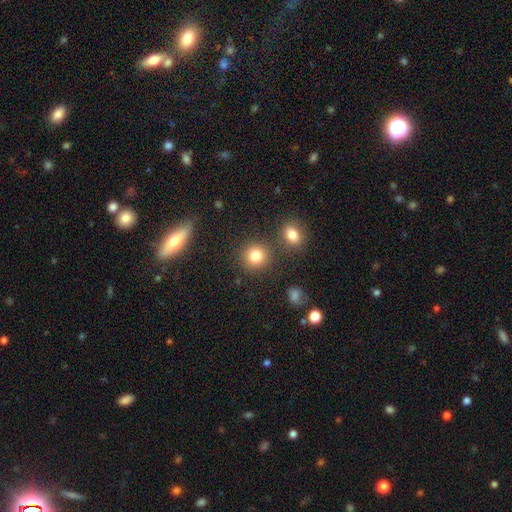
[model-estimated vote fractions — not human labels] smooth-or-featured: smooth: 82% | star or artifact: 12% | featured or disk: 6%
  how-rounded: round: 88% | in between: 11% | cigar-shaped: 1%
  merging: none: 79% | merger: 9% | minor disturbance: 8% | major disturbance: 3%